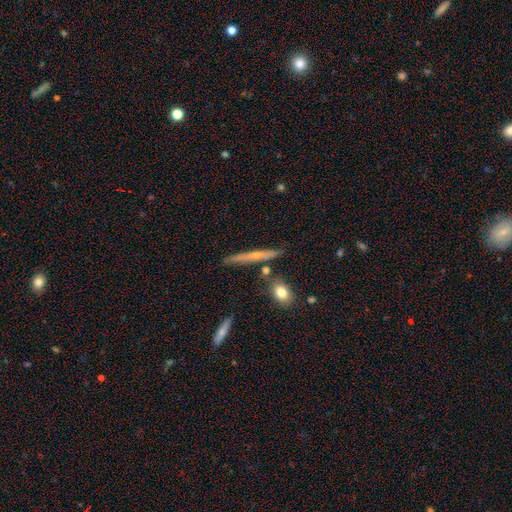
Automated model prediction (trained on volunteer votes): Morphology: type=featured or disk (52%); edge-on=yes (94%); merging=none (82%).